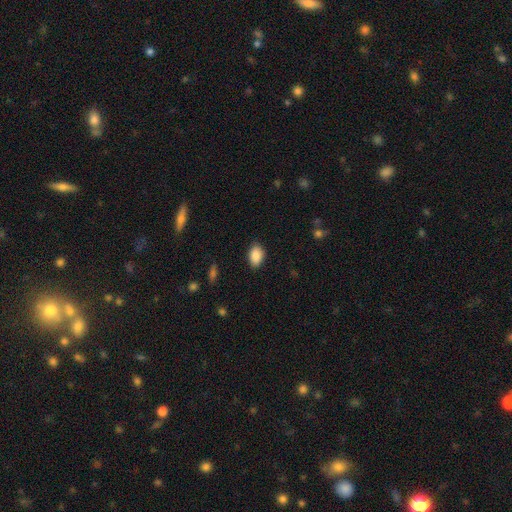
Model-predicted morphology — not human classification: Overall: smooth (89%). How rounded: in between (90%). Merging: none (85%).